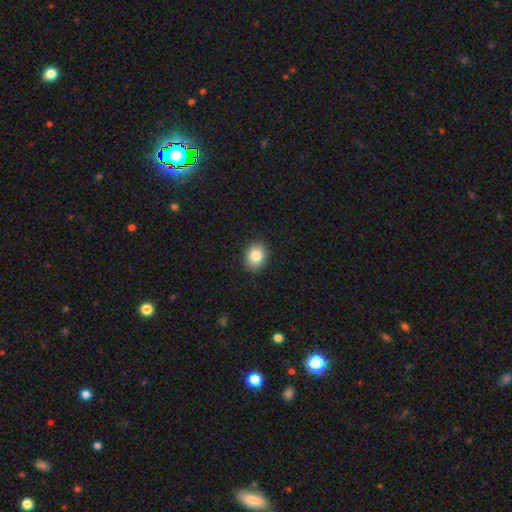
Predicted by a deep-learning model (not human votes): smooth_or_featured: smooth (p=0.83) [alt: star or artifact p=0.09]
how_rounded: in between (p=0.50) [alt: round p=0.49]
merging: none (p=0.89) [alt: minor disturbance p=0.08]